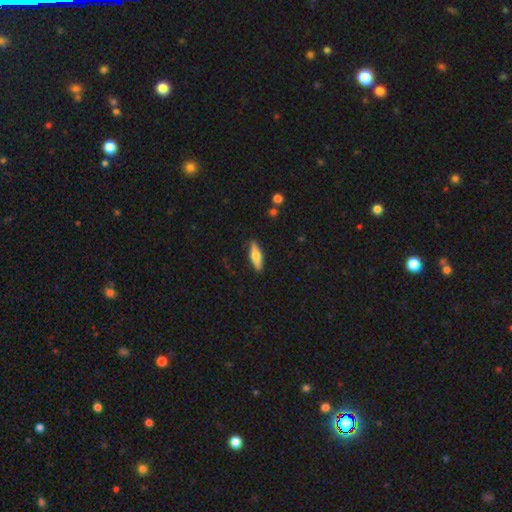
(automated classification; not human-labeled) smooth_or_featured: smooth (p=0.54) [alt: featured or disk p=0.40]
how_rounded: cigar-shaped (p=0.60) [alt: in between p=0.37]
merging: none (p=0.88) [alt: minor disturbance p=0.09]